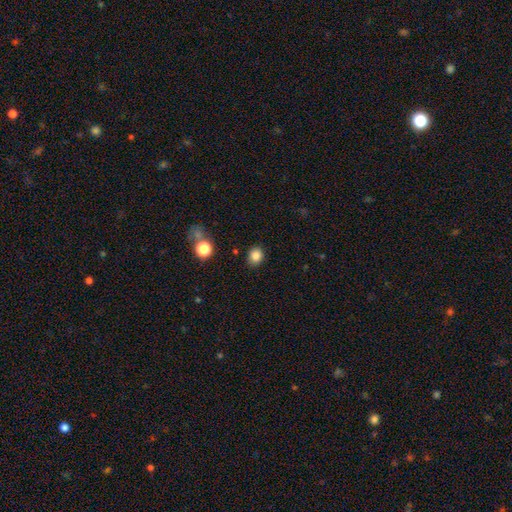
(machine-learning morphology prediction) type=smooth (84%); roundness=round (66%); merging=none (85%).